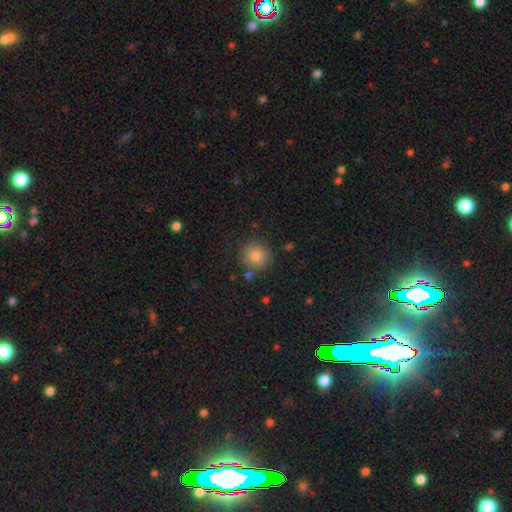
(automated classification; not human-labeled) A smooth galaxy with no disk features (82%) that is round (93%).

Vote fractions:
- Smooth or featured? smooth: 82% / star or artifact: 10% / featured or disk: 7%
- How rounded? round: 93% / in between: 6% / cigar-shaped: 1%
- Merging? none: 84% / minor disturbance: 9% / merger: 4% / major disturbance: 3%